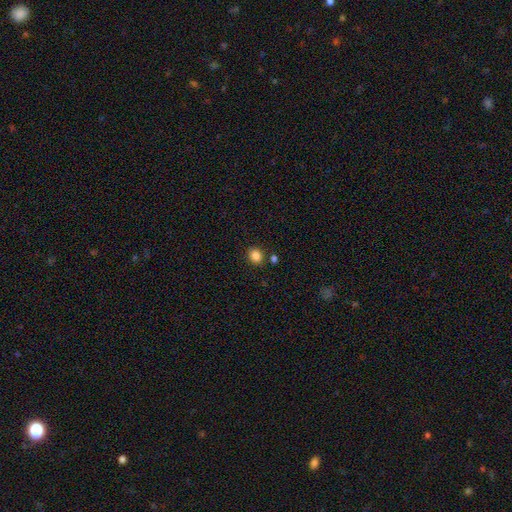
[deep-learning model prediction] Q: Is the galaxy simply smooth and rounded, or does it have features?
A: smooth — 85%.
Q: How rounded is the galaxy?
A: round — 65%.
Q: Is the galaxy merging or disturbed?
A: none — 83%.